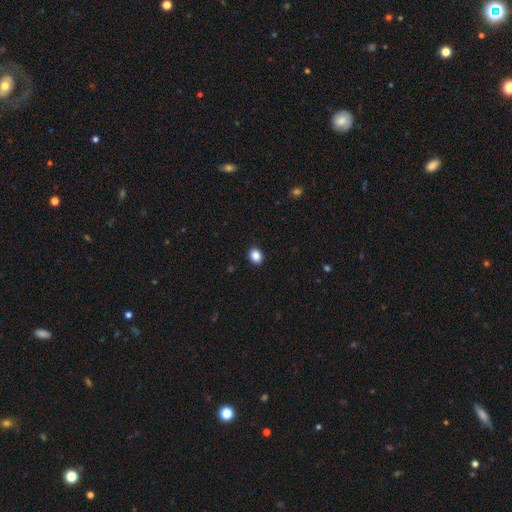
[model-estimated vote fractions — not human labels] Morphology: type=smooth (88%); roundness=round (50%); merging=none (90%).